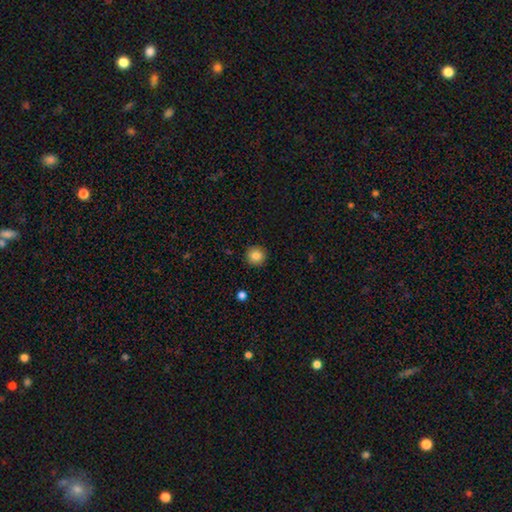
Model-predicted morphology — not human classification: Q: Smooth or featured?
A: smooth (84%); runner-up: star or artifact (10%)
Q: How rounded?
A: round (94%); runner-up: in between (5%)
Q: Merging?
A: none (92%); runner-up: minor disturbance (5%)